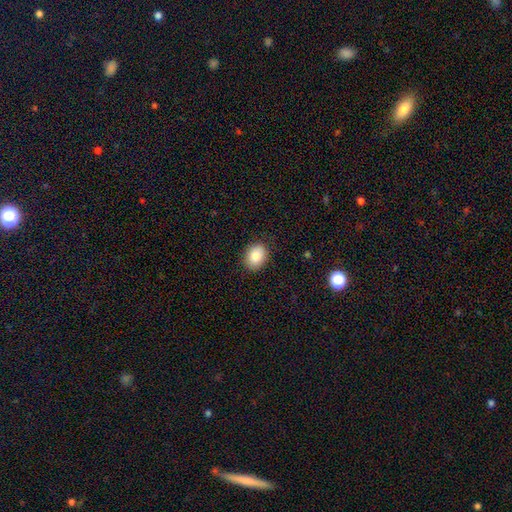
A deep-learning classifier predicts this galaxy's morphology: smooth_or_featured: smooth (p=0.85) [alt: star or artifact p=0.08]
how_rounded: in between (p=0.62) [alt: round p=0.38]
merging: none (p=0.86) [alt: minor disturbance p=0.10]